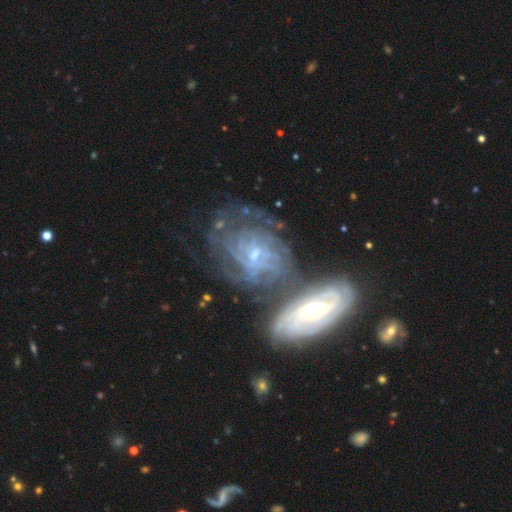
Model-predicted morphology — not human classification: The model was most divided on "bar": no: 51%, weak: 37%, strong: 13%. Remaining: edge-on disk — no (95%); spiral arms — yes (93%); smooth or featured — featured or disk (82%); spiral winding — tight (74%); bulge size — small (58%); merging — none (46%); spiral arm count — can't tell (43%).